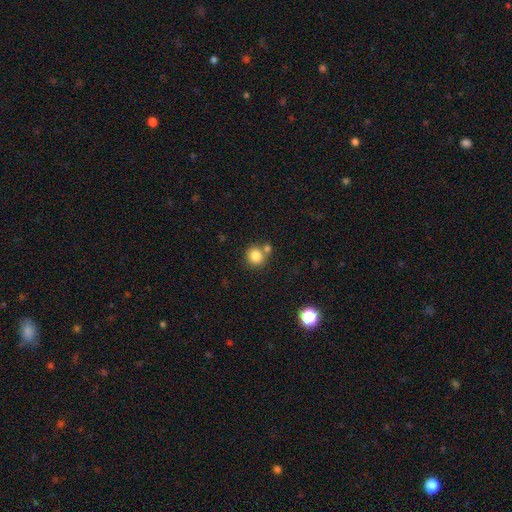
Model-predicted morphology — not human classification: Q: Smooth or featured?
A: smooth (83%); runner-up: star or artifact (11%)
Q: How rounded?
A: round (88%); runner-up: in between (11%)
Q: Merging?
A: none (62%); runner-up: merger (26%)